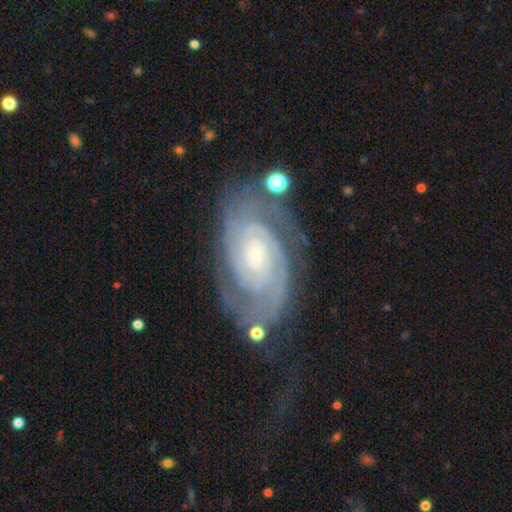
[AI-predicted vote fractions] The model was most divided on "spiral arm count": 2: 57%, can't tell: 15%, 3: 13%, 4: 7%, more than 4: 5%, 1: 4%. More confident: spiral arms — yes (98%); edge-on disk — no (97%); smooth or featured — featured or disk (90%); bulge size — small (77%); spiral winding — tight (77%); bar — no (69%); merging — none (69%).